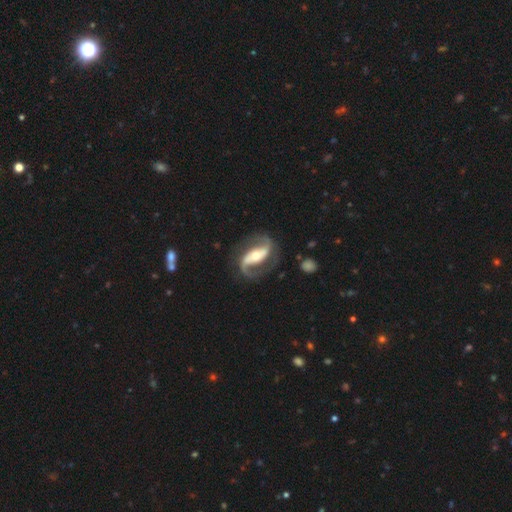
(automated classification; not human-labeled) Overall: featured or disk (89%). Edge-on disk: no (96%). Bar: strong (52%; weak 25%). Spiral arms: yes (96%). Spiral arm count: 2 (89%). Spiral winding: medium (47%; loose 37%). Bulge size: moderate (64%; small 26%). Merging: none (75%).